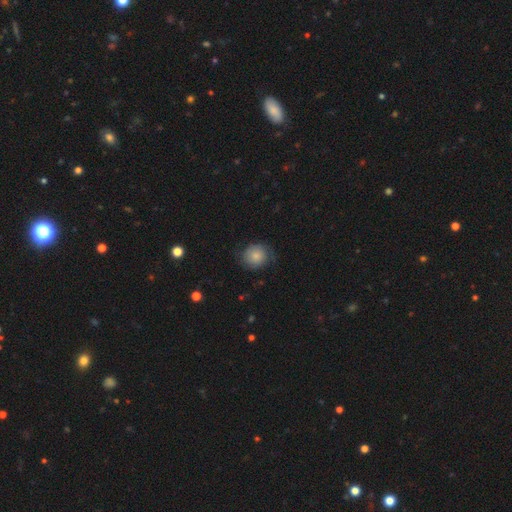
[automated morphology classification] This appears to be a smooth galaxy with no disk features (69%) that is round (82%). Merging: none (67%).